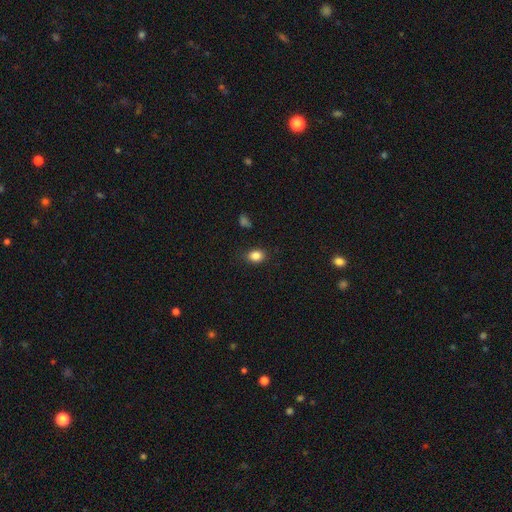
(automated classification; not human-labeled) Q: Smooth or featured?
A: smooth (85%); runner-up: star or artifact (10%)
Q: How rounded?
A: in between (63%); runner-up: round (36%)
Q: Merging?
A: none (83%); runner-up: minor disturbance (12%)